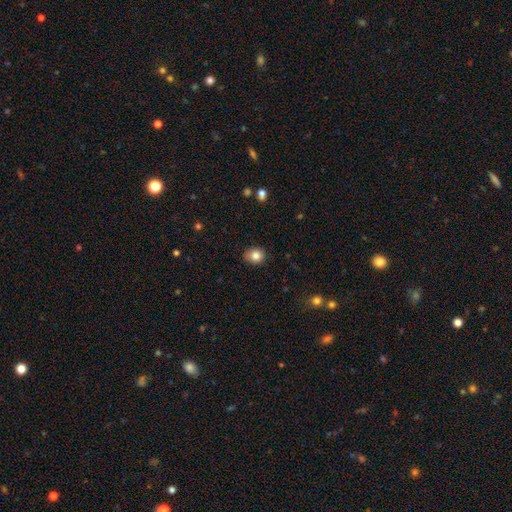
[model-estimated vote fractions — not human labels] A smooth galaxy with no disk features (83%) that is round (62%). Merging: none (83%).